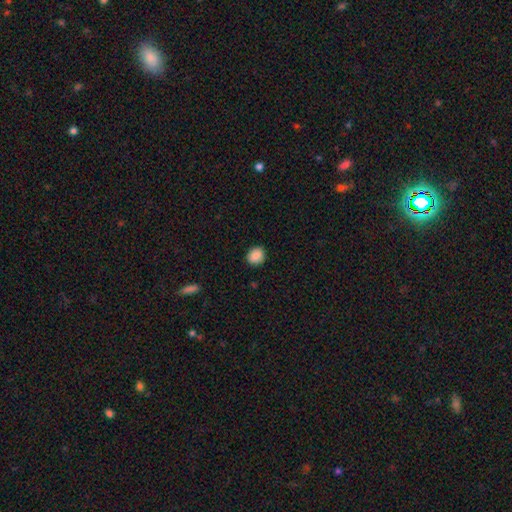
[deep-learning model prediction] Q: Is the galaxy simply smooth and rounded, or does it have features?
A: smooth — 87%.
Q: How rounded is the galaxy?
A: round — 70%.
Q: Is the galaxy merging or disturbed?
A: none — 89%.